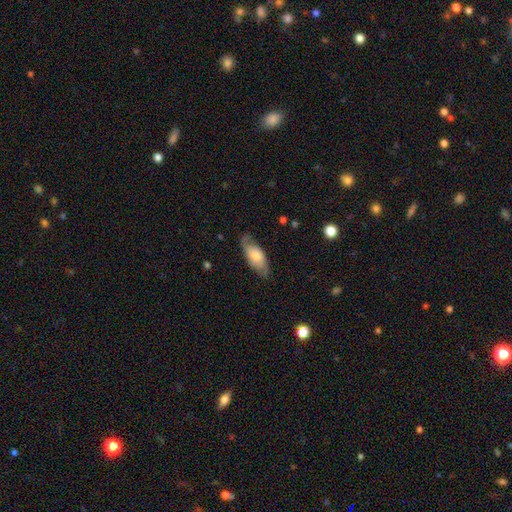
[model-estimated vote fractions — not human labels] Smooth or featured?
  - smooth: 63% *
  - featured or disk: 31%
  - star or artifact: 6%
How rounded?
  - in between: 81% *
  - cigar-shaped: 16%
  - round: 3%
Merging?
  - none: 72% *
  - minor disturbance: 21%
  - major disturbance: 6%
  - merger: 1%